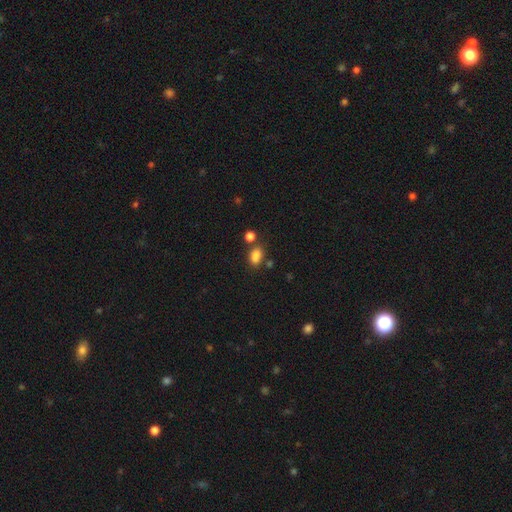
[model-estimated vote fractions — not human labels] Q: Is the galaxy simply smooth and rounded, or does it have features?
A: smooth — 83%.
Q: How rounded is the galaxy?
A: in between — 82%.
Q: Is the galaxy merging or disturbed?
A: none — 62%.